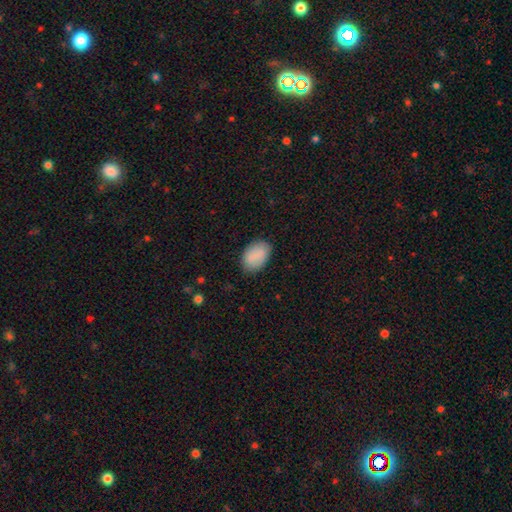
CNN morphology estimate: Overall: smooth (89%). How rounded: in between (86%). Merging: none (82%).